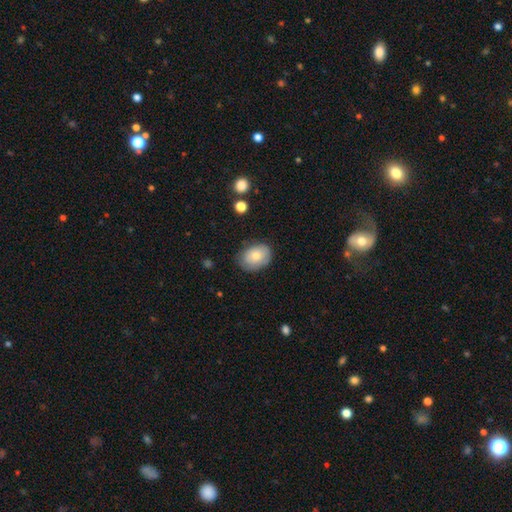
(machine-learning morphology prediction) Smooth or featured: smooth — 74% (featured or disk — 18%)
How rounded: in between — 70% (round — 29%)
Merging: none — 71% (minor disturbance — 22%)